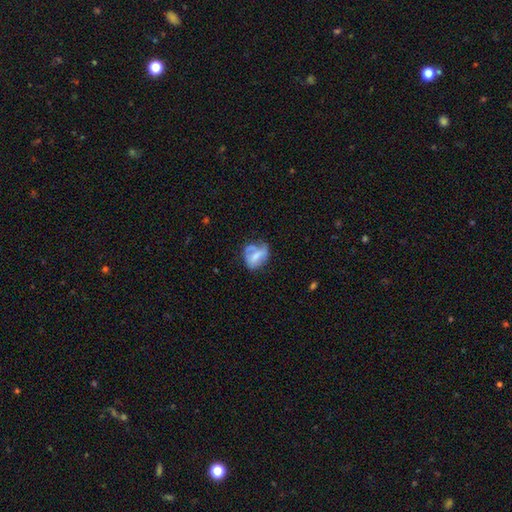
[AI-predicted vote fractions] A smooth galaxy with no disk features (48%). Merging: none (35%).